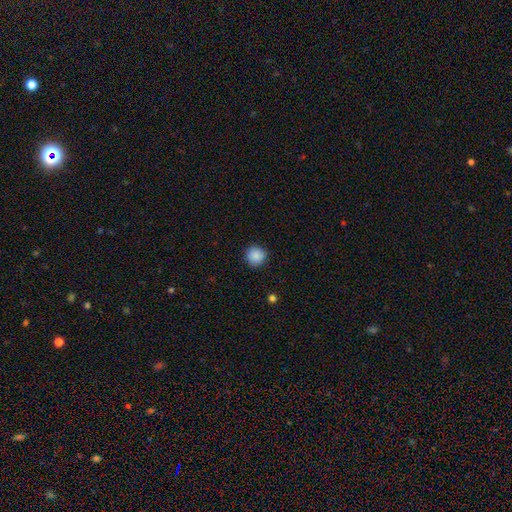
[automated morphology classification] Overall: smooth (88%). How rounded: round (94%). Merging: none (89%).